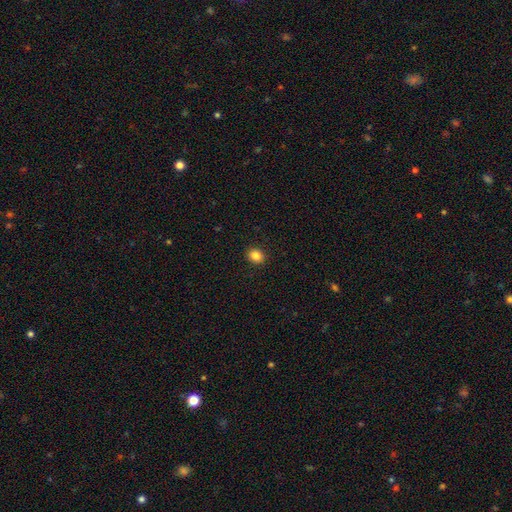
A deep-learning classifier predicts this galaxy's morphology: This appears to be a smooth galaxy with no disk features (85%) that is round (57%). Merging: none (91%).